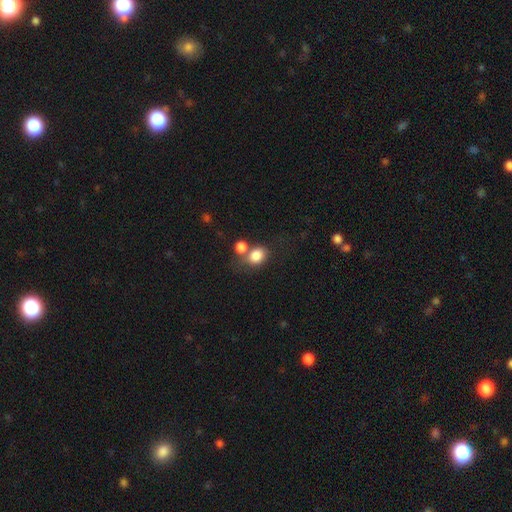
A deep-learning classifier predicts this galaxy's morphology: Smooth or featured? Predicted: smooth (p=0.83). How rounded? Predicted: in between (p=0.50). Merging? Predicted: none (p=0.46).